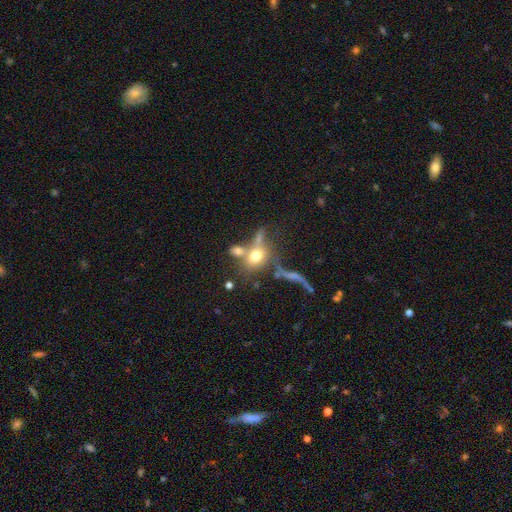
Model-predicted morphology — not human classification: Smooth or featured: smooth — 63% (featured or disk — 24%)
How rounded: round — 50% (in between — 45%)
Merging: none — 38% (merger — 36%)